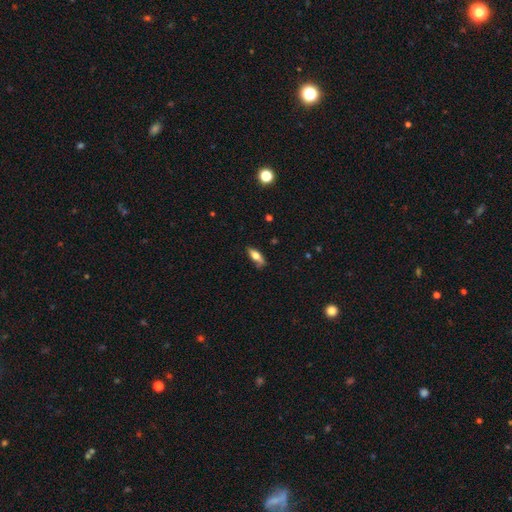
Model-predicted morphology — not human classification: Smooth or featured? smooth (66%)
How rounded? in between (67%)
Merging? none (70%)